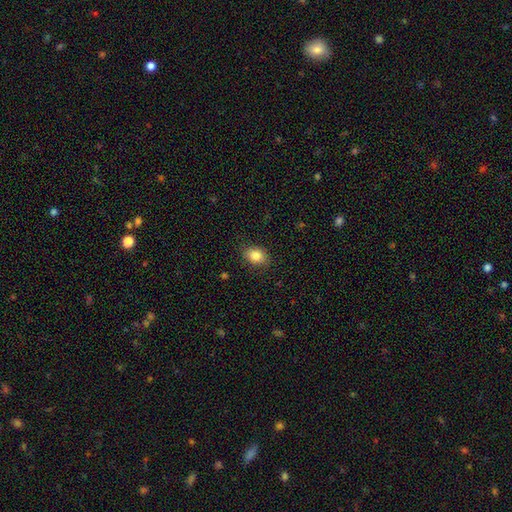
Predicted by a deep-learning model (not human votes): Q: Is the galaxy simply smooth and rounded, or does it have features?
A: smooth — 85%.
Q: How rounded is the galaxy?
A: in between — 69%.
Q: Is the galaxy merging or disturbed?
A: none — 84%.